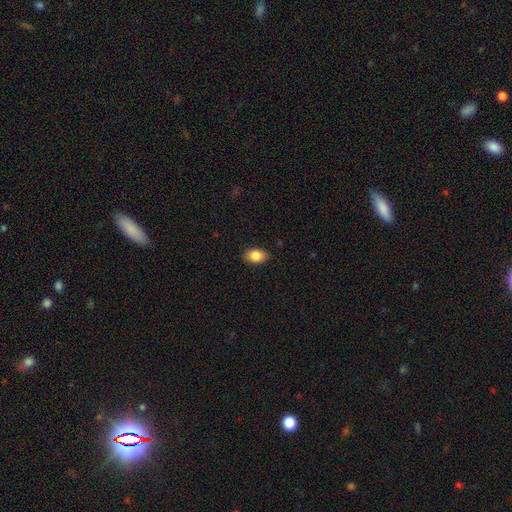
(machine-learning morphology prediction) Smooth or featured? Predicted: smooth (p=0.86). How rounded? Predicted: in between (p=0.85). Merging? Predicted: none (p=0.87).